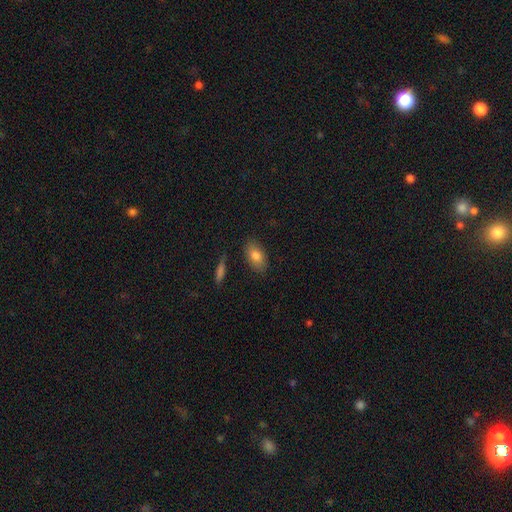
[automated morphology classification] Overall: smooth (81%). How rounded: in between (90%). Merging: none (83%).